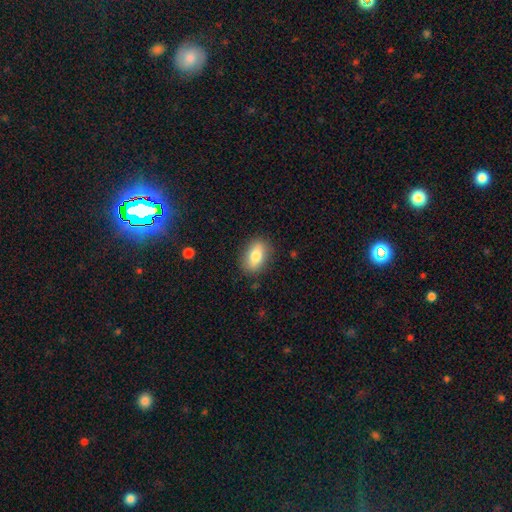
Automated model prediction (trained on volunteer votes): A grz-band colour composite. It shows a smooth galaxy with no disk features (76%) that is in between round and cigar-shaped (84%). Merging: none (85%).